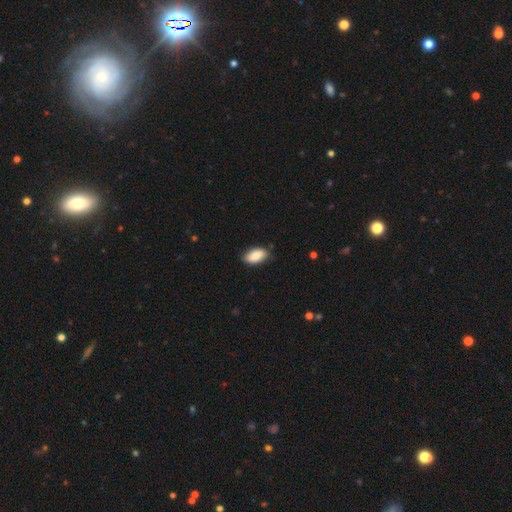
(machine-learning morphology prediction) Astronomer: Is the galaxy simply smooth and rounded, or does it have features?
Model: smooth — 85%.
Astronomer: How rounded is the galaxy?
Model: in between — 94%.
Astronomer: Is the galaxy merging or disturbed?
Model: none — 80%.